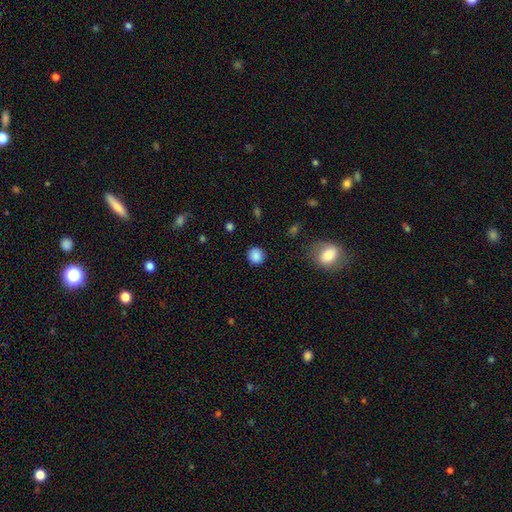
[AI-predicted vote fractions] Overall: smooth (86%). How rounded: round (87%). Merging: none (87%).